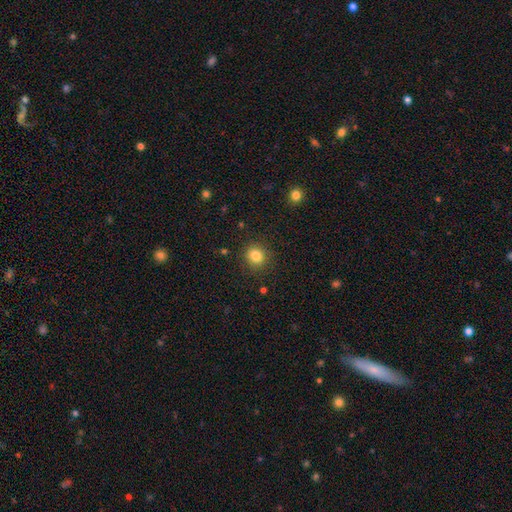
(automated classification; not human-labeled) This appears to be a smooth galaxy with no disk features (84%) that is round (82%). Merging: none (87%).